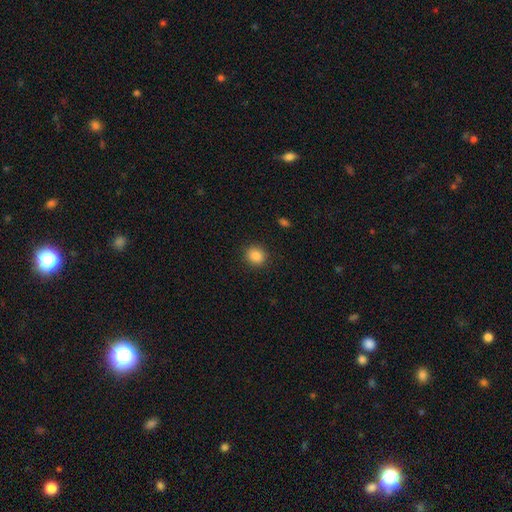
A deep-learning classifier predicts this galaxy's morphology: Overall: smooth (87%). How rounded: round (83%). Merging: none (90%).